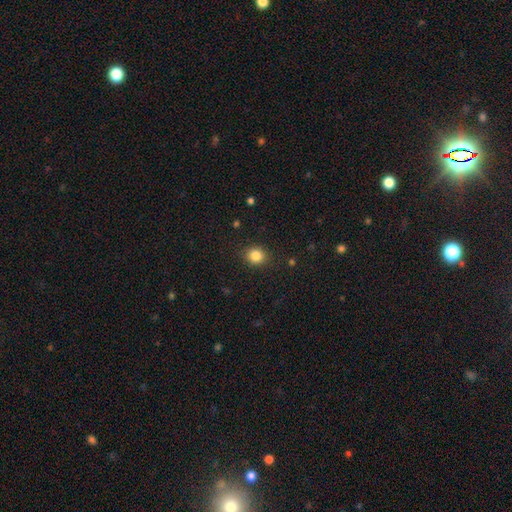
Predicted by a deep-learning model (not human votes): Morphology: type=smooth (85%); roundness=round (78%); merging=none (89%).